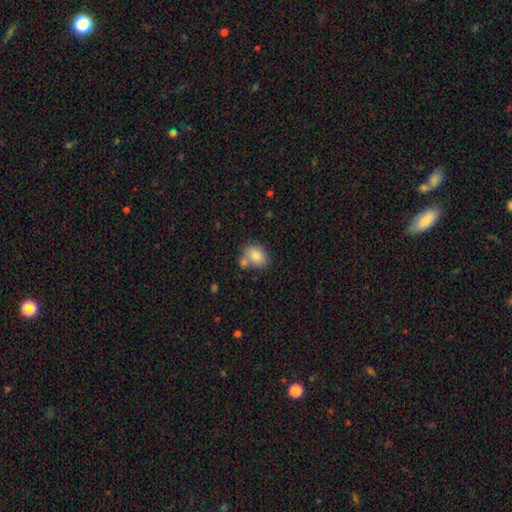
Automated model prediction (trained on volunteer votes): smooth 83%, featured or disk 8%, star or artifact 8%. Down the decision tree: how rounded — in between (53%); merging — none (57%).